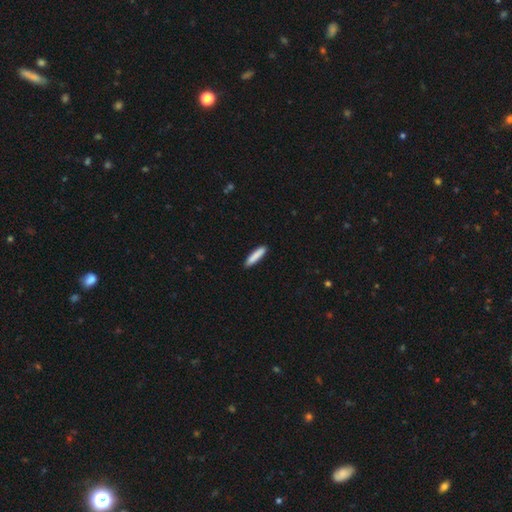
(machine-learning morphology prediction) The model was most divided on "how rounded": cigar-shaped: 87%, in between: 12%, round: 1%. More confident: merging — none (90%); smooth or featured — smooth (87%).